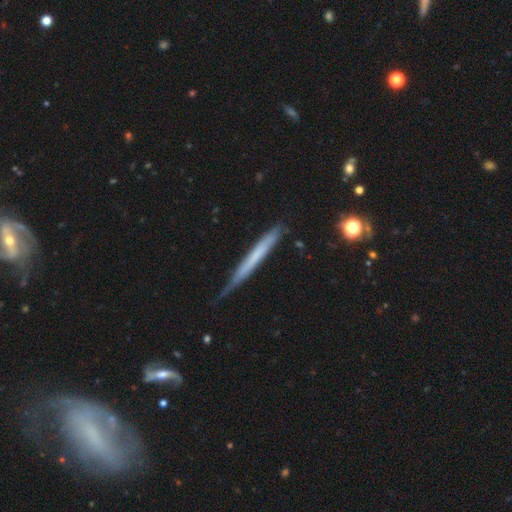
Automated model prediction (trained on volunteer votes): Smooth or featured? Predicted: smooth (p=0.49). Merging? Predicted: none (p=0.70).